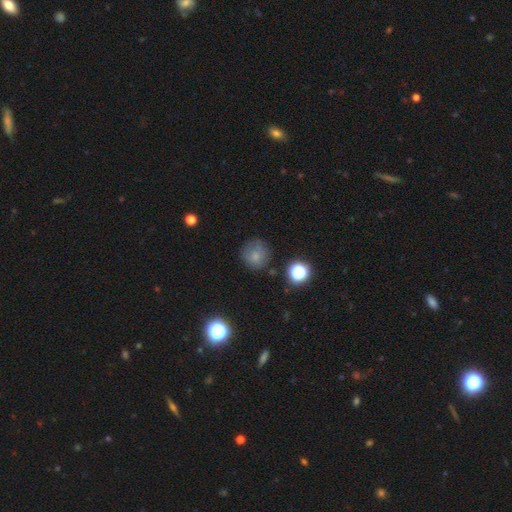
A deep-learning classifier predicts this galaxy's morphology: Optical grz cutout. It shows a smooth galaxy with no disk features (74%) that is round (89%). Merging: none (73%).